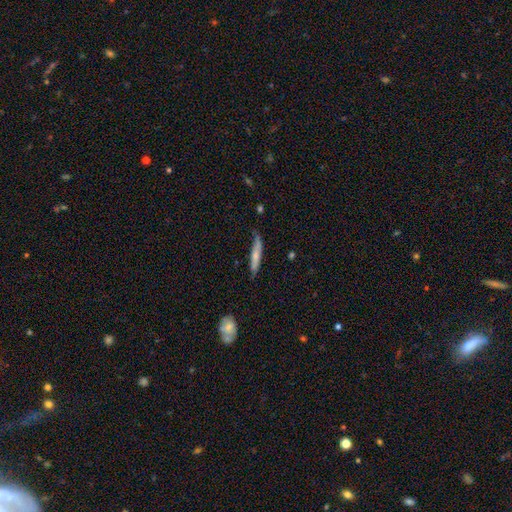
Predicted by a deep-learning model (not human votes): The model was most divided on "smooth or featured": smooth: 64%, featured or disk: 31%, star or artifact: 5%. More confident: how rounded — cigar-shaped (91%); merging — none (73%).